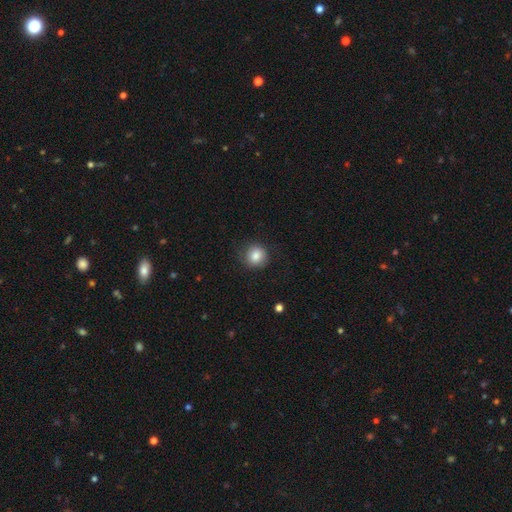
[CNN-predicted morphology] Smooth or featured? smooth (84%)
How rounded? round (90%)
Merging? none (85%)